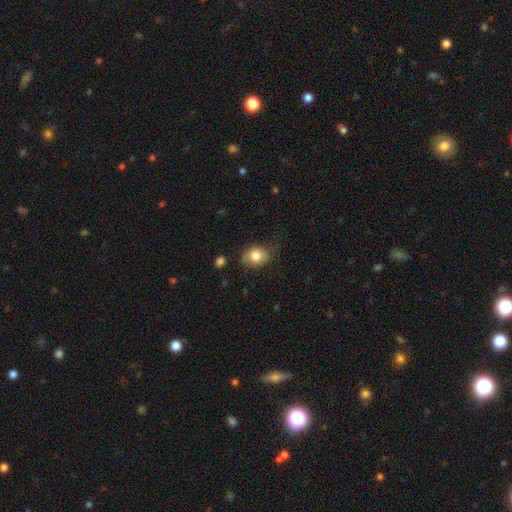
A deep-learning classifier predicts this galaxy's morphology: A smooth galaxy with no disk features (82%) that is in between round and cigar-shaped (56%).

Vote fractions:
- Smooth or featured? smooth: 82% / featured or disk: 10% / star or artifact: 8%
- How rounded? in between: 56% / round: 43% / cigar-shaped: 1%
- Merging? none: 67% / minor disturbance: 24% / major disturbance: 7% / merger: 2%